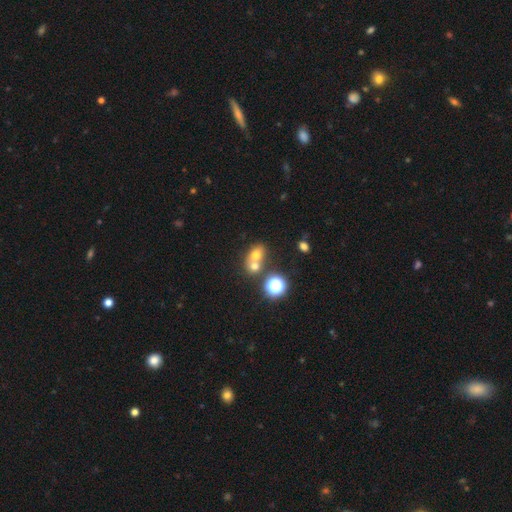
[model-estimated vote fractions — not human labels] This appears to be a smooth galaxy with no disk features (65%) that is round (55%). Merging: merger (59%).